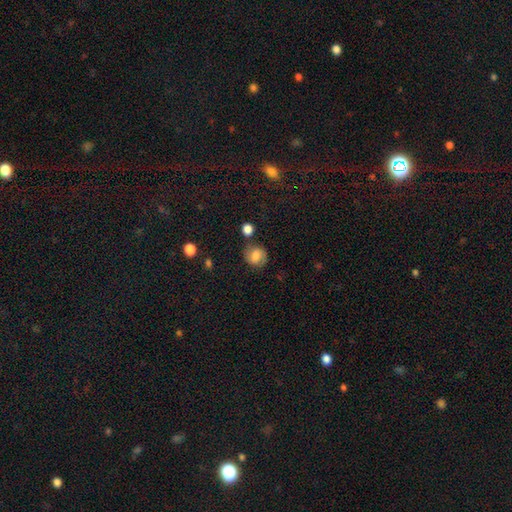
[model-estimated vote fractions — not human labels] This appears to be a smooth galaxy with no disk features (66%) that is round (76%). Merging: none (72%).